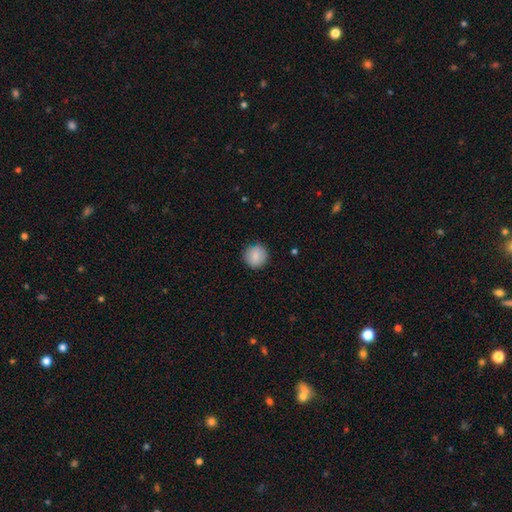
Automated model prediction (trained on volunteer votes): Smooth or featured? smooth (87%)
How rounded? round (93%)
Merging? none (87%)